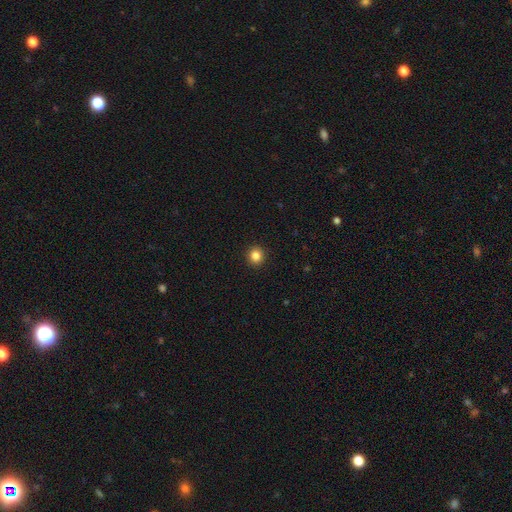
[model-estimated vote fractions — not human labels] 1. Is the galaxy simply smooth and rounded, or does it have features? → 85% smooth, 11% star or artifact, 4% featured or disk.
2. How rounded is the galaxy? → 92% round, 7% in between, 1% cigar-shaped.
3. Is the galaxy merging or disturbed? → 93% none, 4% minor disturbance, 2% major disturbance, 1% merger.